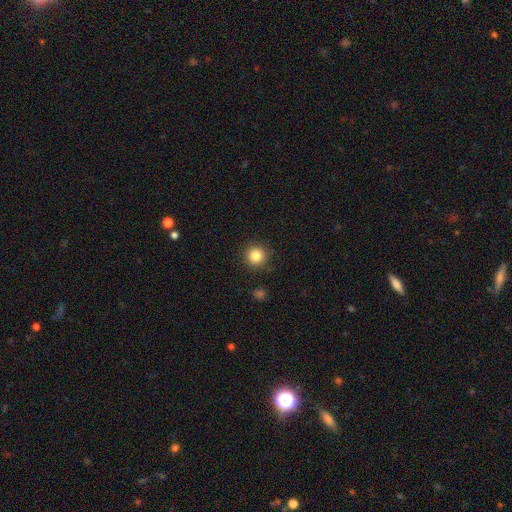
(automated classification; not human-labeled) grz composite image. It shows a smooth galaxy with no disk features (83%) that is round (95%). Merging: none (89%).